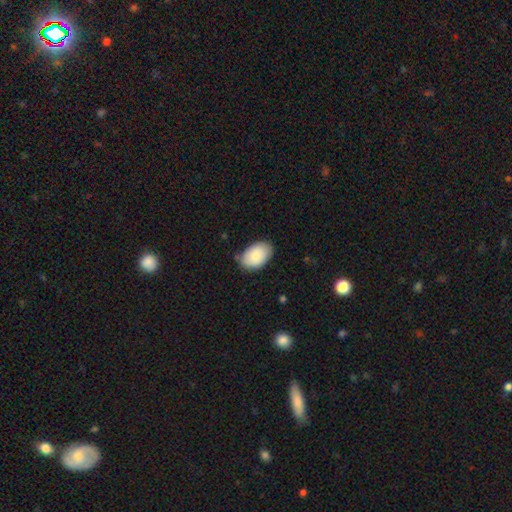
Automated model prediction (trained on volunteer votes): smooth_or_featured: smooth (p=0.83) [alt: featured or disk p=0.11]
how_rounded: in between (p=0.92) [alt: round p=0.07]
merging: none (p=0.78) [alt: minor disturbance p=0.17]